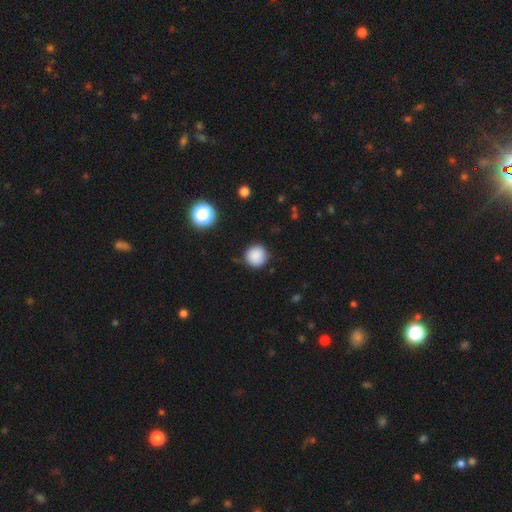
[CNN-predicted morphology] Smooth or featured? Predicted: smooth (p=0.86). How rounded? Predicted: round (p=0.94). Merging? Predicted: none (p=0.86).